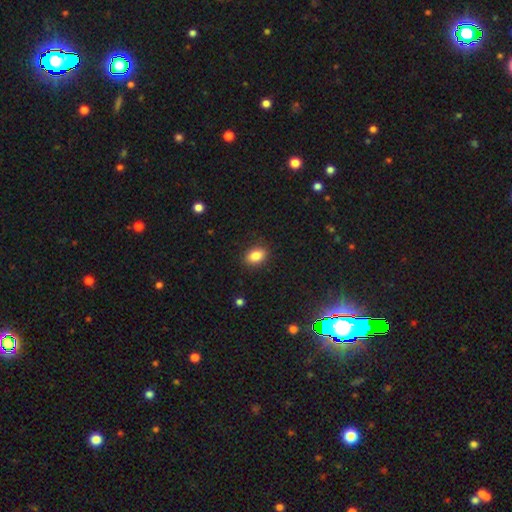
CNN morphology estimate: smooth-or-featured: smooth: 85% | star or artifact: 9% | featured or disk: 6%
  how-rounded: in between: 83% | round: 15% | cigar-shaped: 2%
  merging: none: 88% | minor disturbance: 9% | major disturbance: 2% | merger: 1%